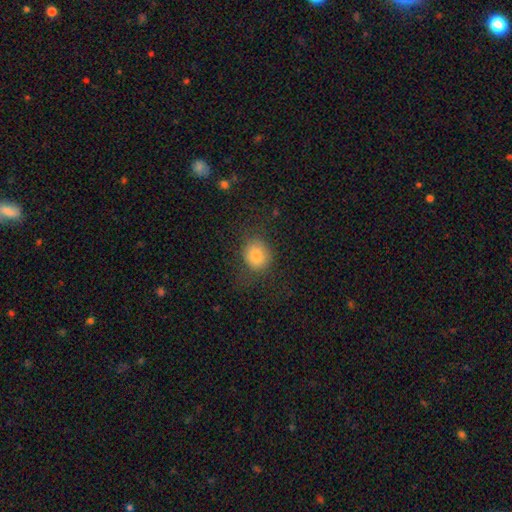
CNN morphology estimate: smooth 80%, star or artifact 11%, featured or disk 9%. Down the decision tree: how rounded — round (69%); merging — none (71%).